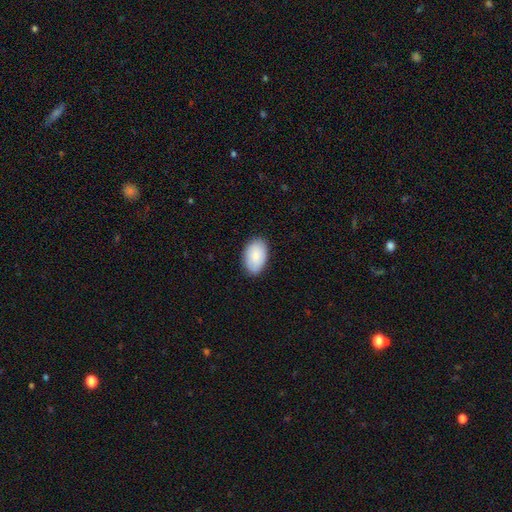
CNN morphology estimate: Overall: smooth (86%). How rounded: in between (93%). Merging: none (85%).